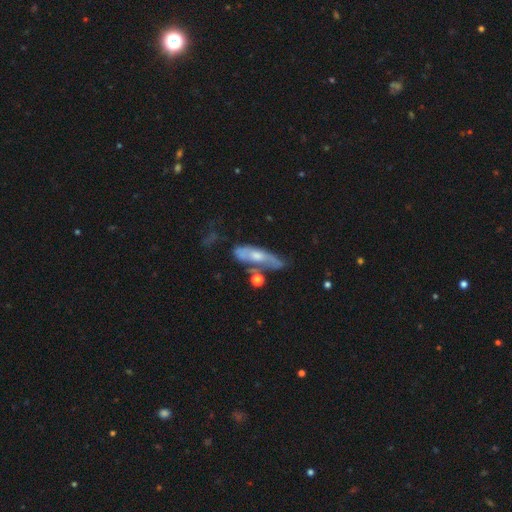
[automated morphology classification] The model was most divided on "merging": none: 41%, minor disturbance: 27%, major disturbance: 17%, merger: 15%. More confident: edge-on disk — no (63%); smooth or featured — featured or disk (54%).